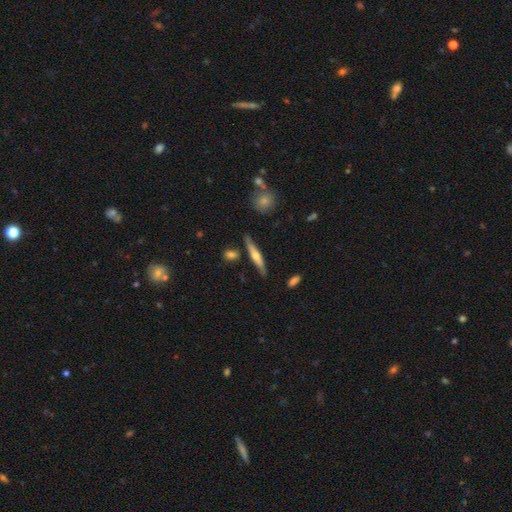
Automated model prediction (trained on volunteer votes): Morphology: type=featured or disk (59%); edge-on=yes (94%); edge-on bulge=rounded (85%); merging=none (81%).